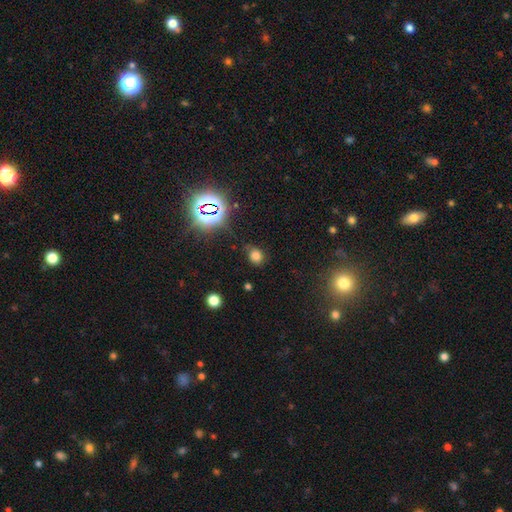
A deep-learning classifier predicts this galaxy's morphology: Smooth or featured?
  - smooth: 67% *
  - star or artifact: 25%
  - featured or disk: 8%
How rounded?
  - round: 63% *
  - in between: 36%
  - cigar-shaped: 1%
Merging?
  - none: 73% *
  - minor disturbance: 18%
  - major disturbance: 6%
  - merger: 3%